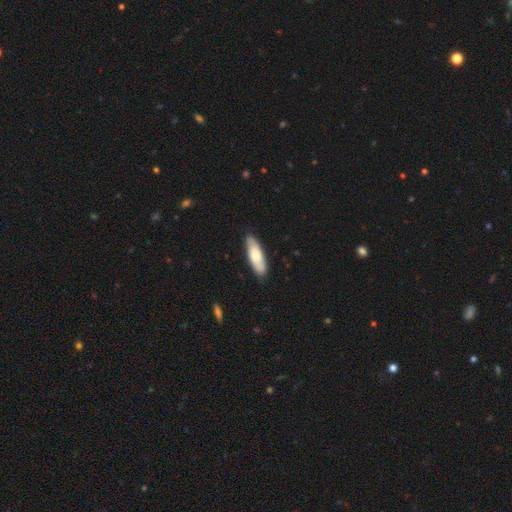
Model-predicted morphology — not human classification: Smooth or featured? Predicted: smooth (p=0.66). How rounded? Predicted: in between (p=0.54). Merging? Predicted: none (p=0.87).